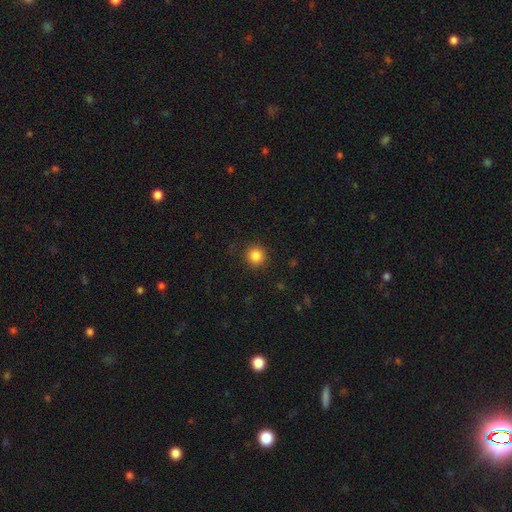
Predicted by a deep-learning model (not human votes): smooth 86%, star or artifact 11%, featured or disk 4%. Down the decision tree: how rounded — round (93%); merging — none (89%).